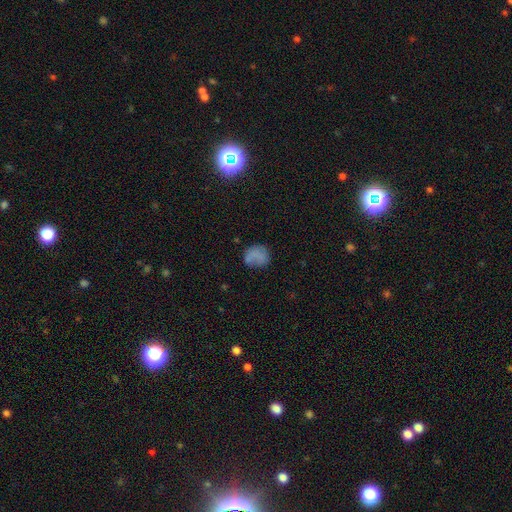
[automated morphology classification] A smooth galaxy with no disk features (75%) that is round (75%). Merging: none (57%).